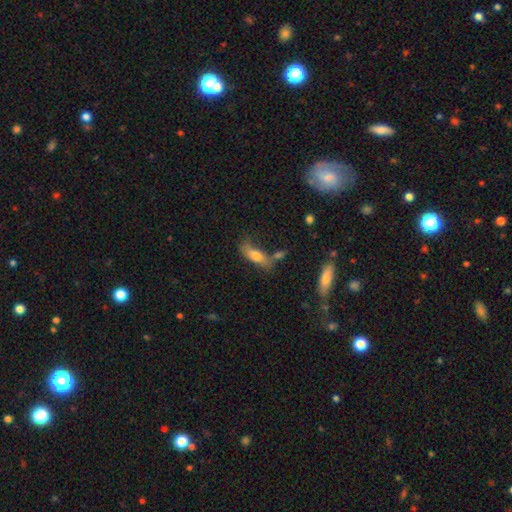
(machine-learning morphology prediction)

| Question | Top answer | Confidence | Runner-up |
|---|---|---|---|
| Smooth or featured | smooth | 70% | featured or disk (23%) |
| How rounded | in between | 58% | cigar-shaped (39%) |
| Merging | none | 54% | minor disturbance (22%) |